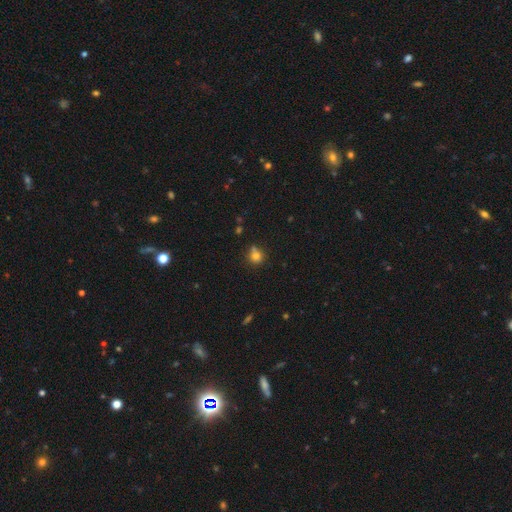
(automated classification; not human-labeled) This appears to be a smooth galaxy with no disk features (76%) that is round (82%). Merging: none (59%).